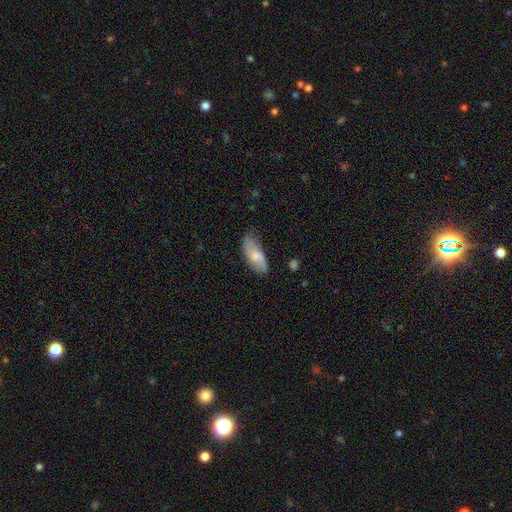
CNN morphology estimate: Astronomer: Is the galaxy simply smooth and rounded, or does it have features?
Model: smooth — 56% (runner-up: featured or disk, 38%).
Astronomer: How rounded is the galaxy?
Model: in between — 86%.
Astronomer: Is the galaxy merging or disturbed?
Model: none — 61%.